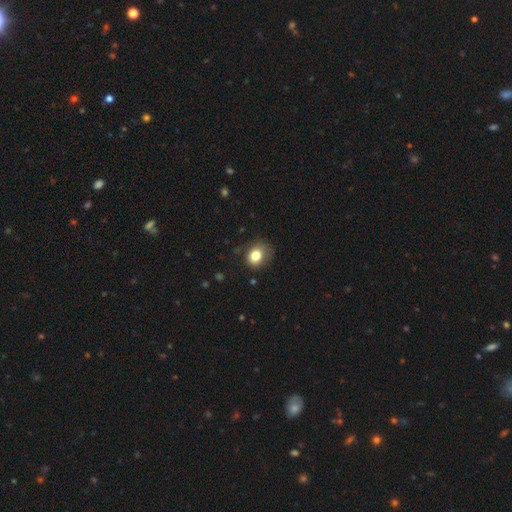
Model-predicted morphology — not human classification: smooth-or-featured: smooth: 79% | featured or disk: 11% | star or artifact: 10%
  how-rounded: round: 56% | in between: 43% | cigar-shaped: 1%
  merging: none: 64% | minor disturbance: 25% | major disturbance: 10% | merger: 2%